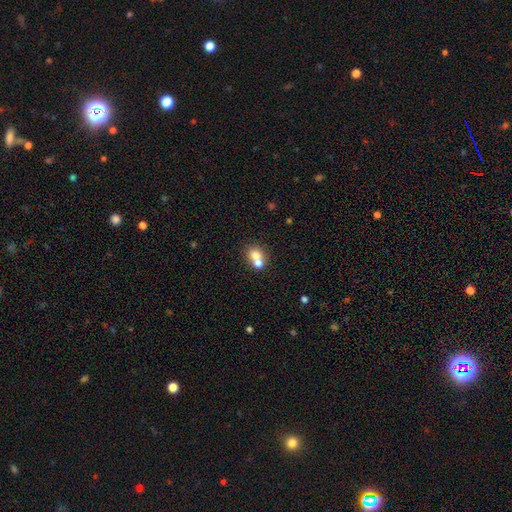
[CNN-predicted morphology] smooth-or-featured: smooth: 70% | featured or disk: 19% | star or artifact: 11%
  how-rounded: round: 66% | in between: 33% | cigar-shaped: 1%
  merging: merger: 59% | none: 32% | minor disturbance: 6% | major disturbance: 3%